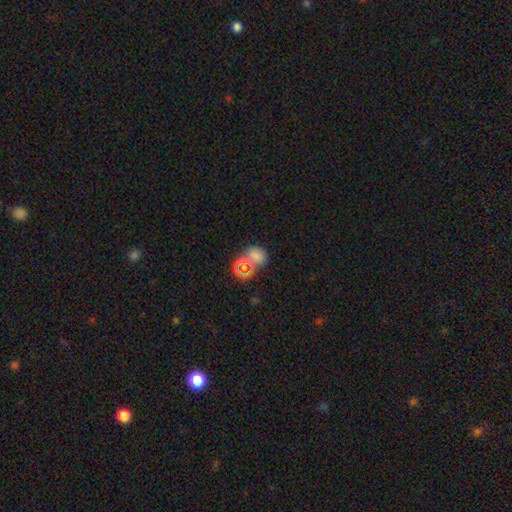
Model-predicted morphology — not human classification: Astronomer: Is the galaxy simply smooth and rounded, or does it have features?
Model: smooth — 63%.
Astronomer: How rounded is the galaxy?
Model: round — 56% (runner-up: in between, 42%).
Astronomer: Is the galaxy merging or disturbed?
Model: none — 52% (runner-up: merger, 30%).